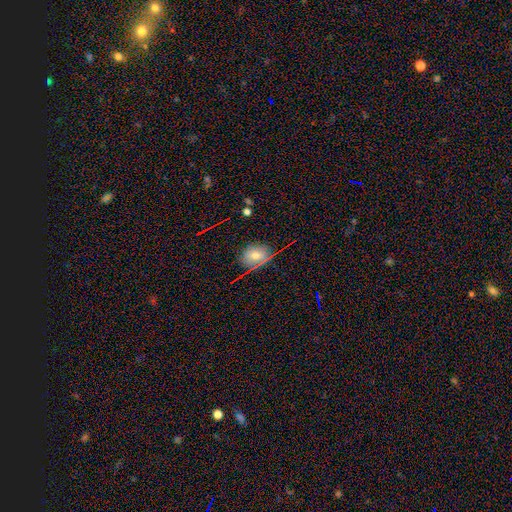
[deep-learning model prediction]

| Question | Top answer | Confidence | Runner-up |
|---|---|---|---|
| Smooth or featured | smooth | 64% | featured or disk (18%) |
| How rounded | in between | 63% | round (35%) |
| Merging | none | 71% | minor disturbance (21%) |